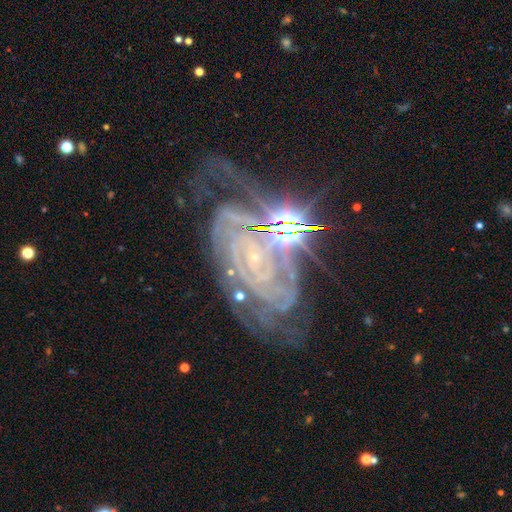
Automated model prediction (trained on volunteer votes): A featured or disk galaxy (86%) with no bar (60%), tight (75%) spiral arms (97%) and a small central bulge (85%).

Vote fractions:
- Smooth or featured? featured or disk: 86% / star or artifact: 9% / smooth: 5%
- Edge-on disk? no: 96% / yes: 4%
- Bar? no: 60% / weak: 25% / strong: 14%
- Spiral arms? yes: 97% / no: 3%
- Spiral winding? tight: 75% / medium: 20% / loose: 4%
- Spiral arm count? can't tell: 26% / 2: 21% / 3: 17% / 4: 16% / more than 4: 13% / 1: 8%
- Bulge size? small: 85% / moderate: 8% / none: 5% / large: 1% / dominant: 1%
- Merging? none: 58% / minor disturbance: 21% / major disturbance: 14% / merger: 7%